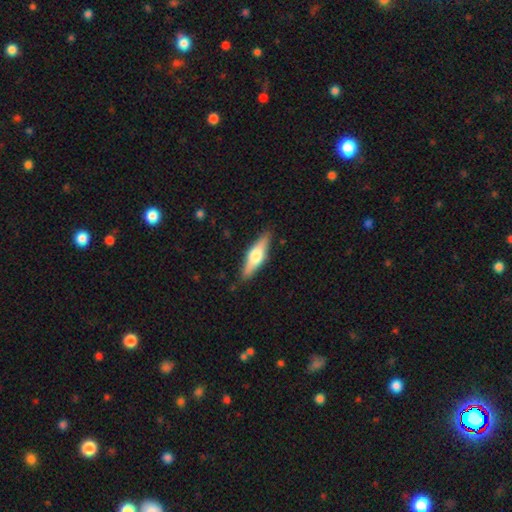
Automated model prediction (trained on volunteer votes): A featured or disk galaxy (50%) viewed edge-on (93%). Merging: none (87%).